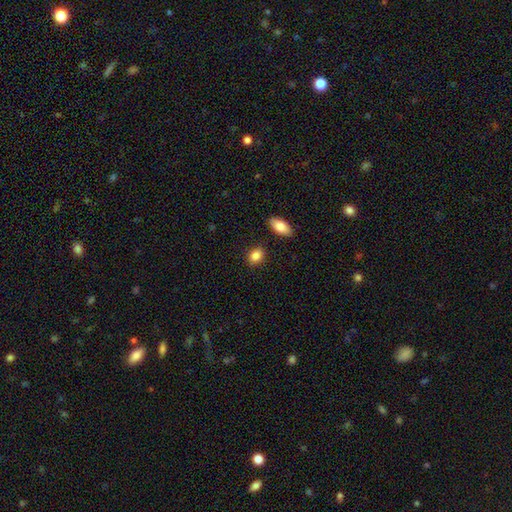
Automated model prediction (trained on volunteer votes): Q: Smooth or featured?
A: smooth (86%); runner-up: star or artifact (8%)
Q: How rounded?
A: in between (66%); runner-up: round (32%)
Q: Merging?
A: none (85%); runner-up: minor disturbance (9%)